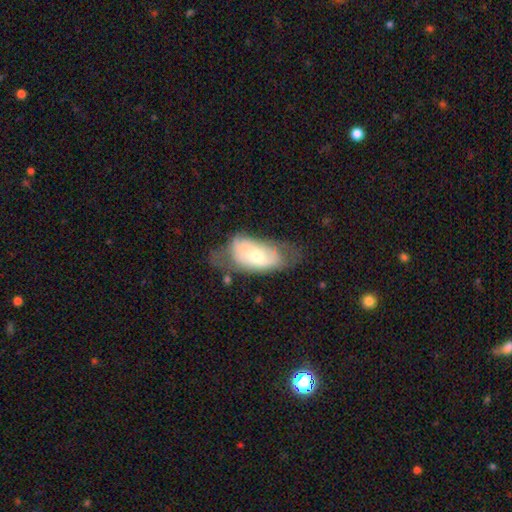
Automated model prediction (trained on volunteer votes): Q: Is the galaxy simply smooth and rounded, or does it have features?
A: smooth — 49%.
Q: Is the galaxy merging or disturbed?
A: none — 36%.